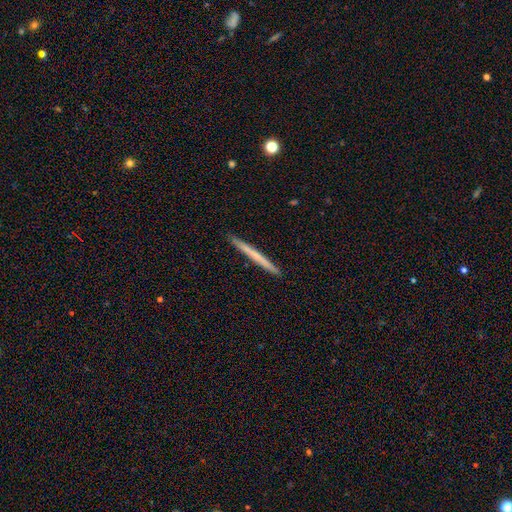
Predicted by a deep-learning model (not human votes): Morphology: type=smooth (58%); roundness=cigar-shaped (97%); merging=none (92%).